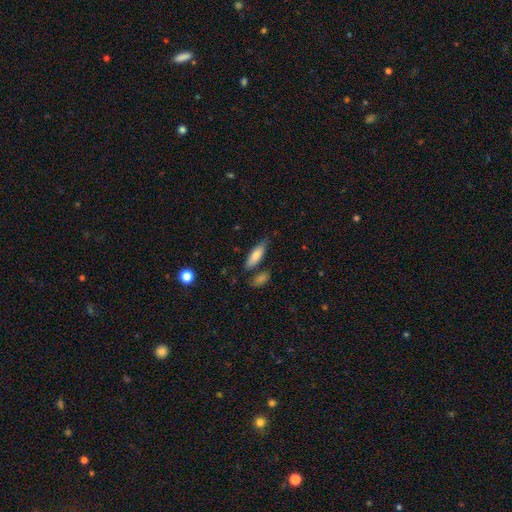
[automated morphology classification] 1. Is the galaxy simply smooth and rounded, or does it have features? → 75% smooth, 19% featured or disk, 6% star or artifact.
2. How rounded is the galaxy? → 50% cigar-shaped, 48% in between, 2% round.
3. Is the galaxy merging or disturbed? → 72% none, 16% minor disturbance, 9% merger, 4% major disturbance.